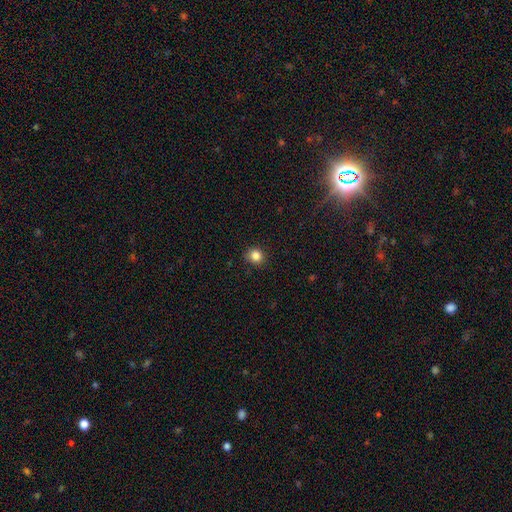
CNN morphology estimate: A smooth galaxy with no disk features (84%) that is round (84%). Merging: none (87%).